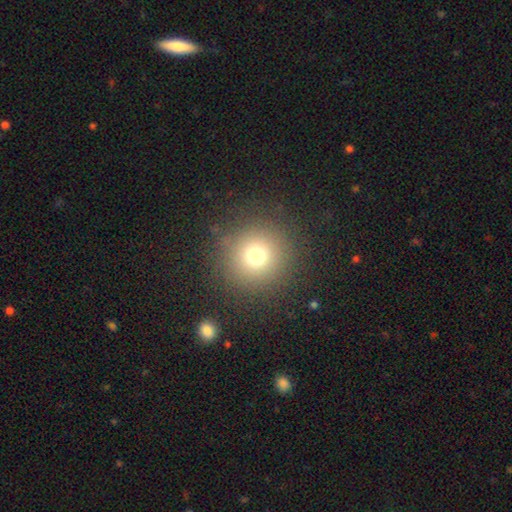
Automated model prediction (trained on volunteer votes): Smooth or featured? smooth (74%)
How rounded? round (95%)
Merging? none (88%)